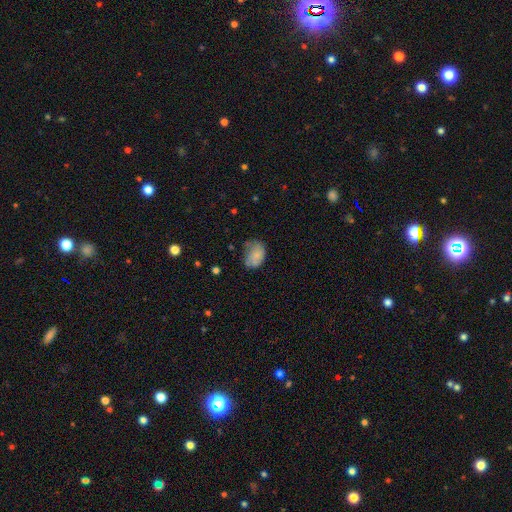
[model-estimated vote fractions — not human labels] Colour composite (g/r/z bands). It shows a smooth galaxy with no disk features (75%) that is in between round and cigar-shaped (80%). Merging: none (47%).